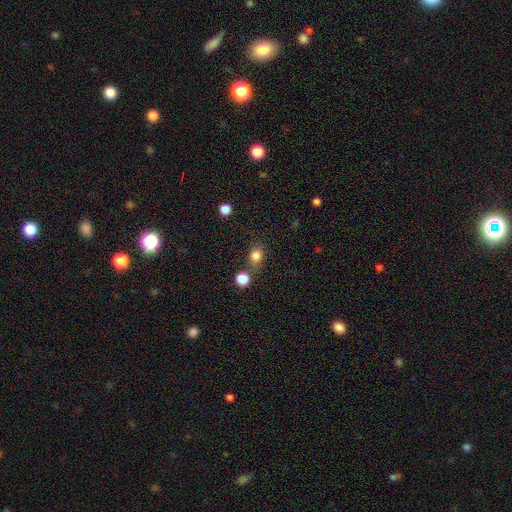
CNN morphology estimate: Q: Smooth or featured?
A: smooth (82%); runner-up: star or artifact (12%)
Q: How rounded?
A: round (61%); runner-up: in between (38%)
Q: Merging?
A: none (69%); runner-up: minor disturbance (14%)